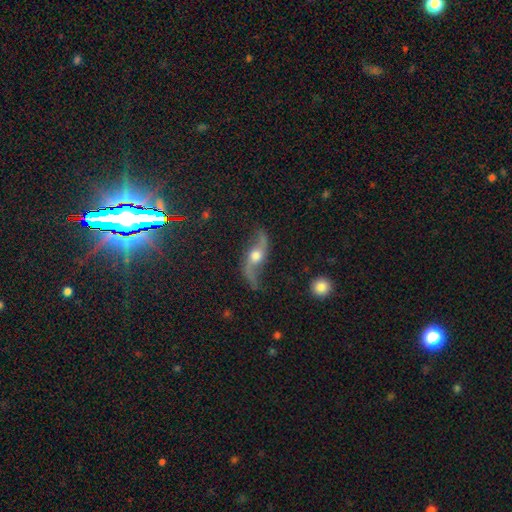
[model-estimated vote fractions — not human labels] Morphology: type=featured or disk (84%); edge-on=no (87%); bar=no (61%); spiral arms=yes (95%); winding=loose (90%); arm count=2 (94%); bulge=moderate (62%); merging=none (70%).